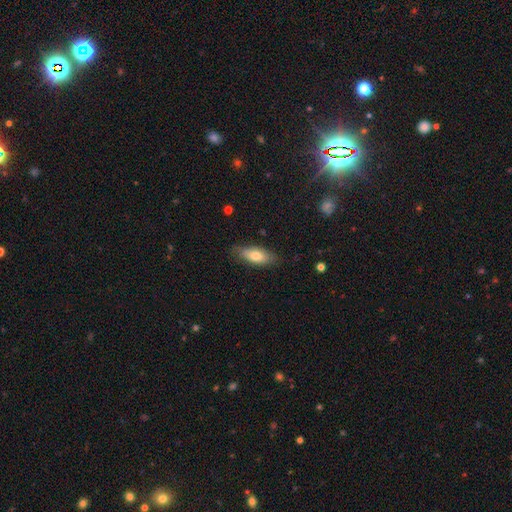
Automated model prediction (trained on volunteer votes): Smooth or featured? smooth (73%)
How rounded? in between (79%)
Merging? none (79%)